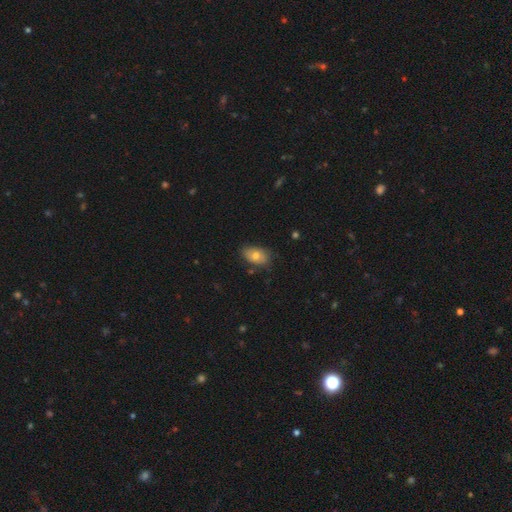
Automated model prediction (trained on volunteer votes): A smooth galaxy with no disk features (73%) that is in between round and cigar-shaped (88%). Merging: none (70%).